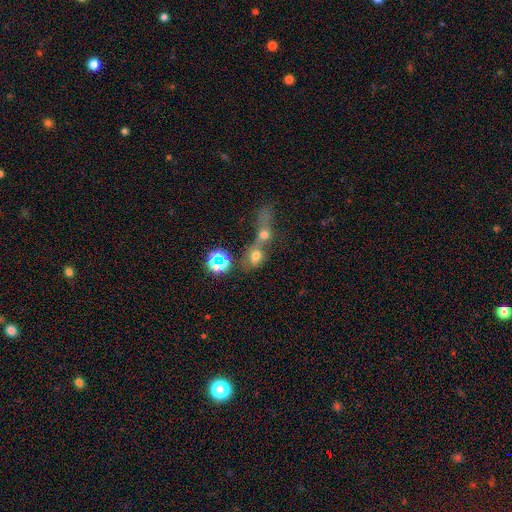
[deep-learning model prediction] Smooth or featured: smooth — 60% (star or artifact — 24%)
How rounded: round — 58% (in between — 39%)
Merging: merger — 58% (none — 28%)